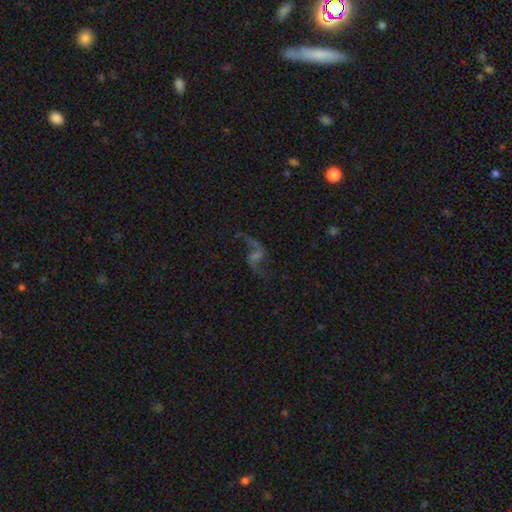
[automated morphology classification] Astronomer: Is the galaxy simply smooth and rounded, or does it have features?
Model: featured or disk — 79%.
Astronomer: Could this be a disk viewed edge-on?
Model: no — 96%.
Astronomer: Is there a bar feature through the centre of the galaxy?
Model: weak — 45% (runner-up: no, 36%).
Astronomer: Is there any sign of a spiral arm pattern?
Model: yes — 94%.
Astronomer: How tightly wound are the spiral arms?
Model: loose — 86%.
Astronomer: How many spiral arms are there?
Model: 2 — 91%.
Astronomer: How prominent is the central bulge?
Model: small — 39%, tied with none at 39%.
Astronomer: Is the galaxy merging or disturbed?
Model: none — 70%.